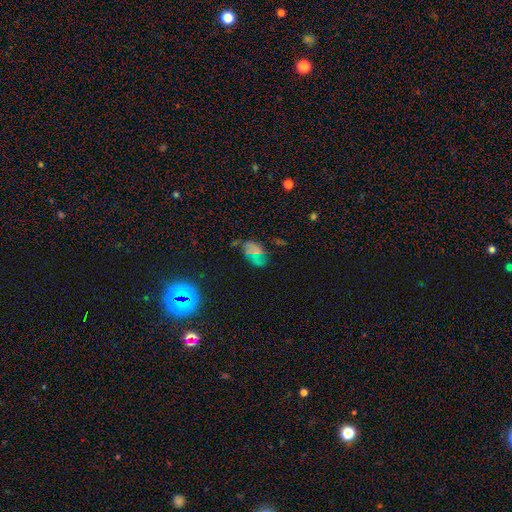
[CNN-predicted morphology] The model was most divided on "smooth or featured": smooth: 46%, star or artifact: 30%, featured or disk: 24%. More confident: merging — none (58%).